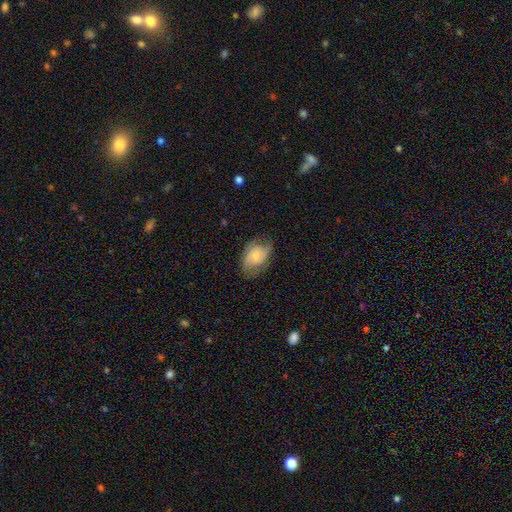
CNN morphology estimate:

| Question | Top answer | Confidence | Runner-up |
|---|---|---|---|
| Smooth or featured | featured or disk | 52% | smooth (40%) |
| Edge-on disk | no | 96% | yes (4%) |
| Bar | no | 61% | weak (32%) |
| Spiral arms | yes | 84% | no (16%) |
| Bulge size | small | 58% | moderate (28%) |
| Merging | none | 62% | minor disturbance (25%) |